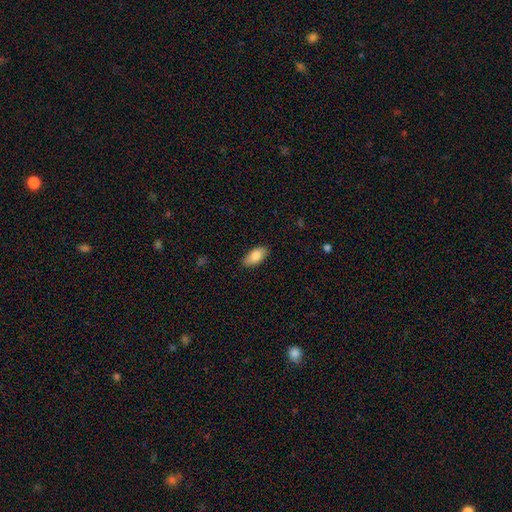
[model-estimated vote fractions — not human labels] Smooth or featured: smooth — 83% (featured or disk — 11%)
How rounded: in between — 90% (cigar-shaped — 7%)
Merging: none — 85% (minor disturbance — 11%)